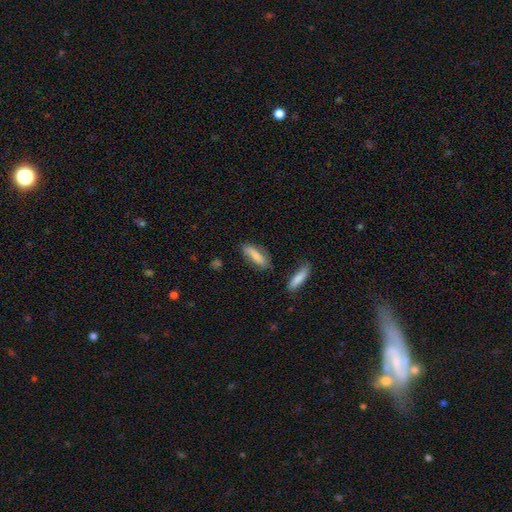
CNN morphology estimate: A smooth galaxy with no disk features (77%) that is in between round and cigar-shaped (53%). Merging: none (69%).